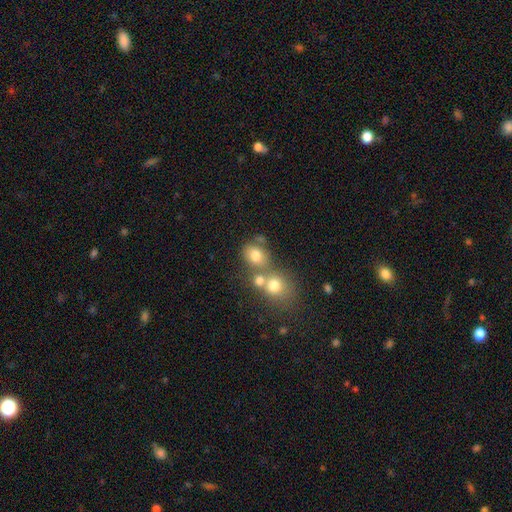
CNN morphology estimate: smooth 72%, star or artifact 14%, featured or disk 14%. Down the decision tree: how rounded — round (62%); merging — none (46%).